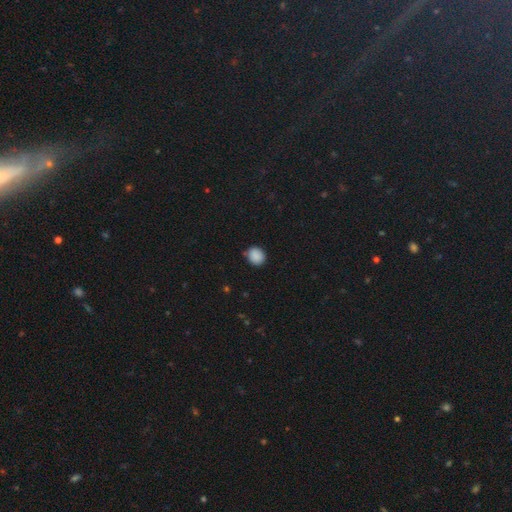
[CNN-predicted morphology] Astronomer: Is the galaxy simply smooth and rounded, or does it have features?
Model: smooth — 88%.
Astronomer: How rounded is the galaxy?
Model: round — 72%.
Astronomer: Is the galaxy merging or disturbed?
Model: none — 81%.